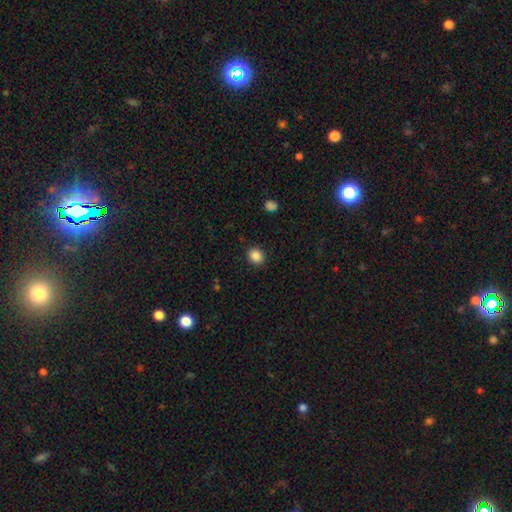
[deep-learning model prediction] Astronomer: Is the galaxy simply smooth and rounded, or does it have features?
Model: smooth — 87%.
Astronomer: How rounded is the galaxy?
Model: round — 75%.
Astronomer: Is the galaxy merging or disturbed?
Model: none — 90%.